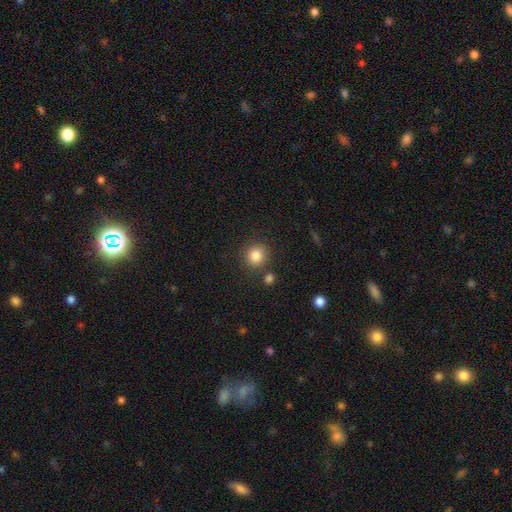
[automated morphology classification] smooth_or_featured: smooth (p=0.84) [alt: star or artifact p=0.10]
how_rounded: round (p=0.90) [alt: in between p=0.09]
merging: none (p=0.82) [alt: minor disturbance p=0.08]